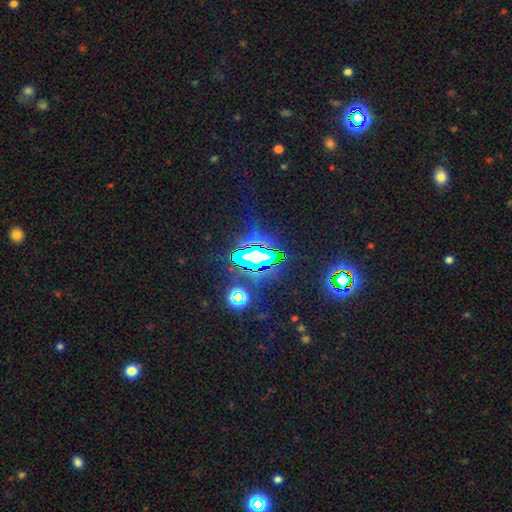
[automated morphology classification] A star or artifact, not a galaxy (74%).

Vote fractions:
- Smooth or featured? star or artifact: 74% / smooth: 14% / featured or disk: 12%